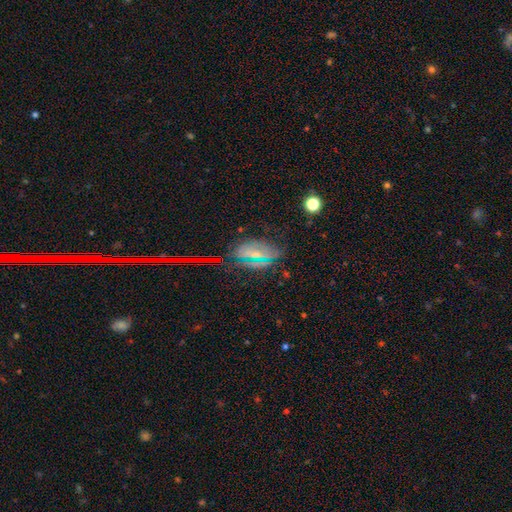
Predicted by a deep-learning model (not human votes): Q: Smooth or featured?
A: smooth (40%); runner-up: star or artifact (30%)
Q: Merging?
A: none (73%); runner-up: minor disturbance (18%)